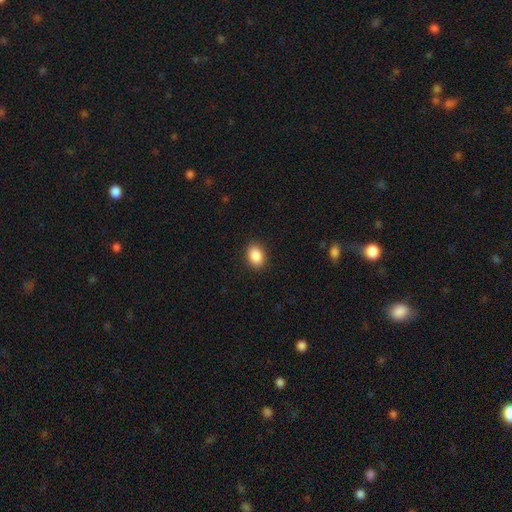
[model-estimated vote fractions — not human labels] Smooth or featured?
  - smooth: 89% *
  - star or artifact: 8%
  - featured or disk: 3%
How rounded?
  - in between: 77% *
  - round: 21%
  - cigar-shaped: 1%
Merging?
  - none: 90% *
  - minor disturbance: 7%
  - major disturbance: 2%
  - merger: 1%